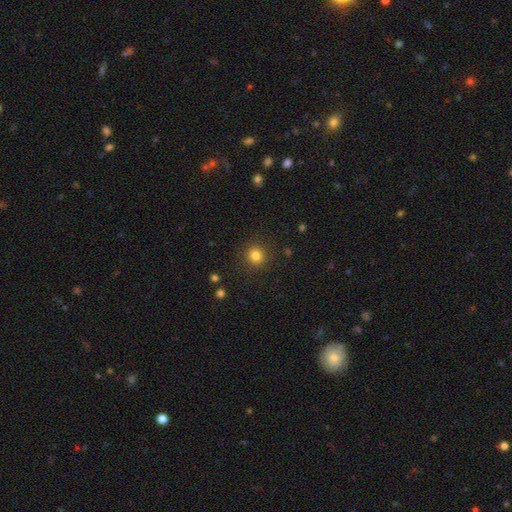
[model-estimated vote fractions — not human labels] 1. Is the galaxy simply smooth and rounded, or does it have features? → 82% smooth, 13% star or artifact, 5% featured or disk.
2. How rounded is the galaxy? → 89% round, 10% in between, 1% cigar-shaped.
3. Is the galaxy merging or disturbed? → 89% none, 7% minor disturbance, 3% major disturbance, 1% merger.